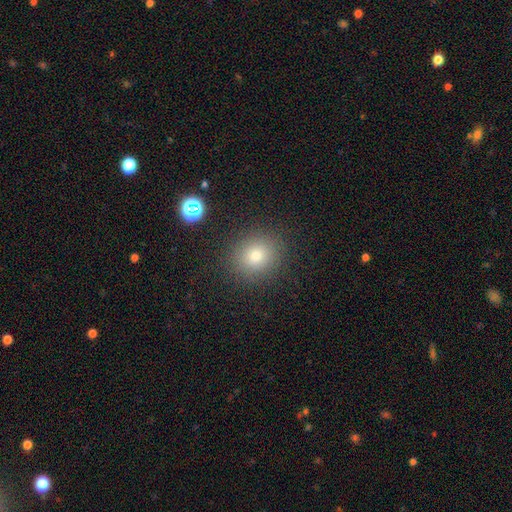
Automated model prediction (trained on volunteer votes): Smooth or featured?
  - smooth: 75% *
  - star or artifact: 16%
  - featured or disk: 9%
How rounded?
  - round: 79% *
  - in between: 20%
  - cigar-shaped: 1%
Merging?
  - none: 88% *
  - minor disturbance: 7%
  - major disturbance: 3%
  - merger: 2%